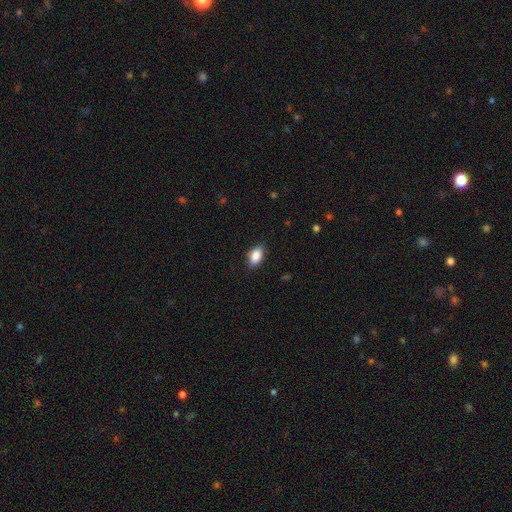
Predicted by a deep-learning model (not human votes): Smooth or featured? smooth (88%)
How rounded? in between (91%)
Merging? none (86%)